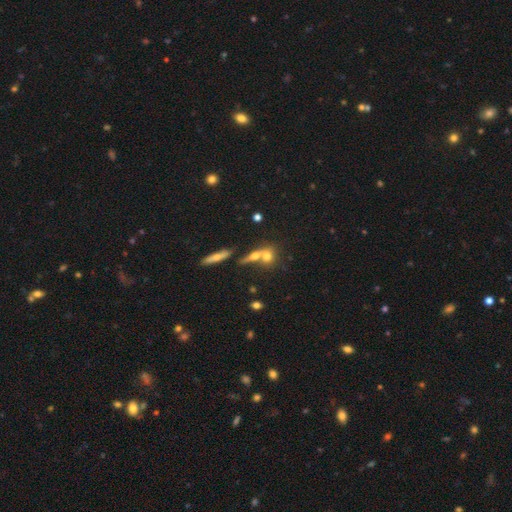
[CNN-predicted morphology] Q: Smooth or featured?
A: smooth (63%); runner-up: featured or disk (24%)
Q: How rounded?
A: round (43%); runner-up: in between (40%)
Q: Merging?
A: merger (49%); runner-up: none (38%)